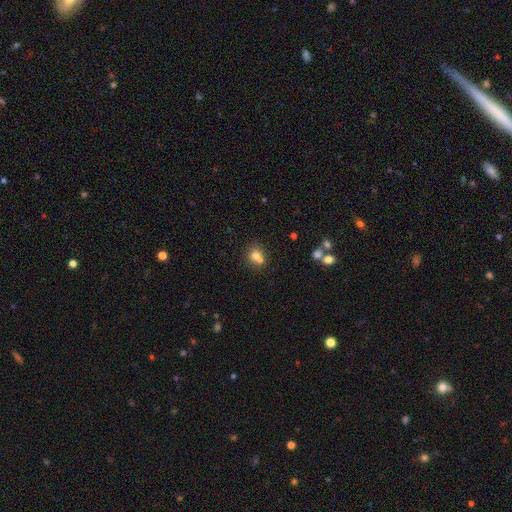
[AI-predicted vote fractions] Q: Smooth or featured?
A: smooth (70%); runner-up: featured or disk (16%)
Q: How rounded?
A: round (73%); runner-up: in between (26%)
Q: Merging?
A: merger (47%); runner-up: none (41%)